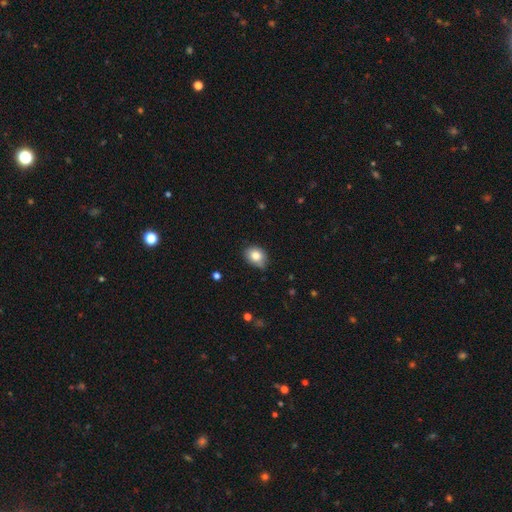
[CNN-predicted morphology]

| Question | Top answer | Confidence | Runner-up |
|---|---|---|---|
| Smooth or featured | smooth | 83% | star or artifact (9%) |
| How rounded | in between | 55% | round (44%) |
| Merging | none | 69% | minor disturbance (25%) |